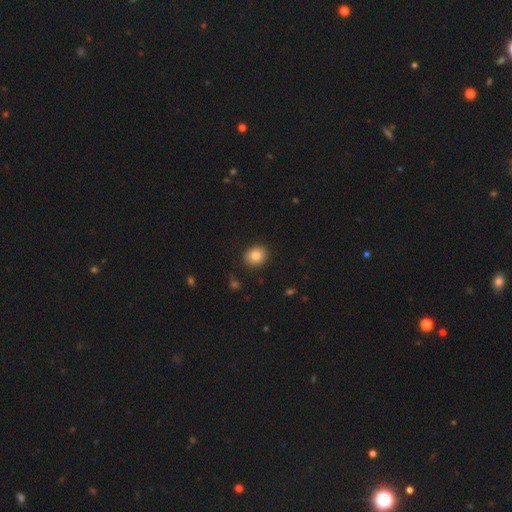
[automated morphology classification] This appears to be a smooth galaxy with no disk features (82%) that is round (64%). Merging: none (89%).